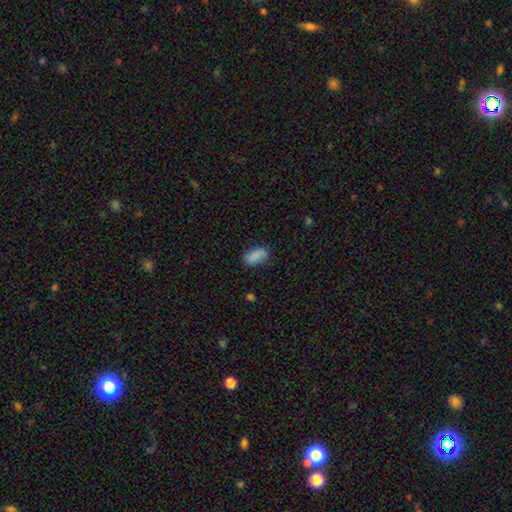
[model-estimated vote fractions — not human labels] A smooth galaxy with no disk features (85%) that is in between round and cigar-shaped (90%). Merging: none (76%).